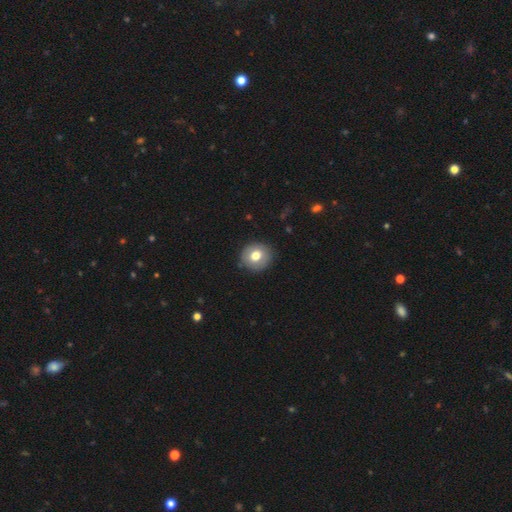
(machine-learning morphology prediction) smooth-or-featured: smooth: 73% | featured or disk: 19% | star or artifact: 8%
  how-rounded: round: 83% | in between: 16% | cigar-shaped: 1%
  merging: none: 88% | minor disturbance: 9% | major disturbance: 2% | merger: 1%